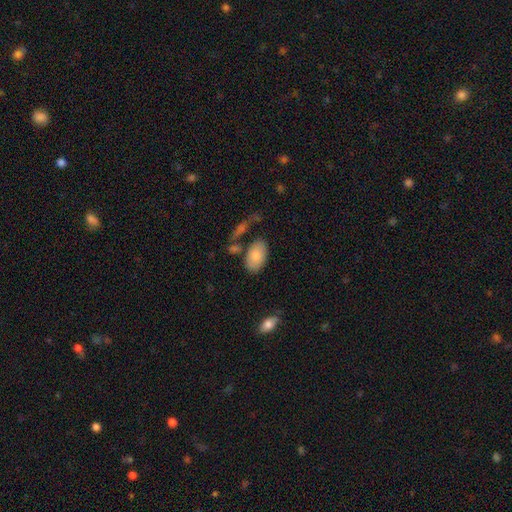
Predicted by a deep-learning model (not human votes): This is clearly a smooth galaxy (84%). How rounded: clearly in between (94%). Merging: likely none (74%).